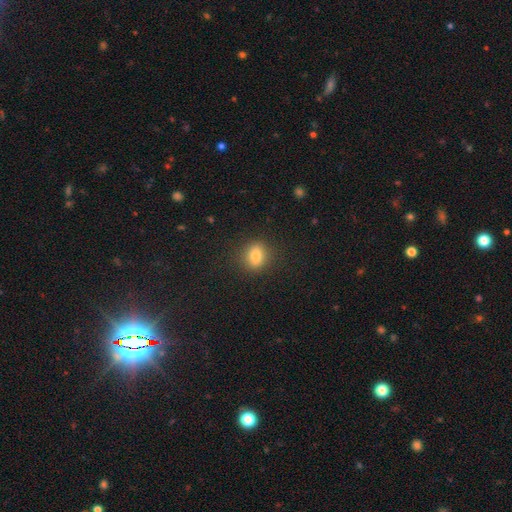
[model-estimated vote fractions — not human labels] smooth-or-featured: smooth: 82% | star or artifact: 11% | featured or disk: 7%
  how-rounded: round: 52% | in between: 46% | cigar-shaped: 2%
  merging: none: 87% | minor disturbance: 9% | major disturbance: 3% | merger: 1%